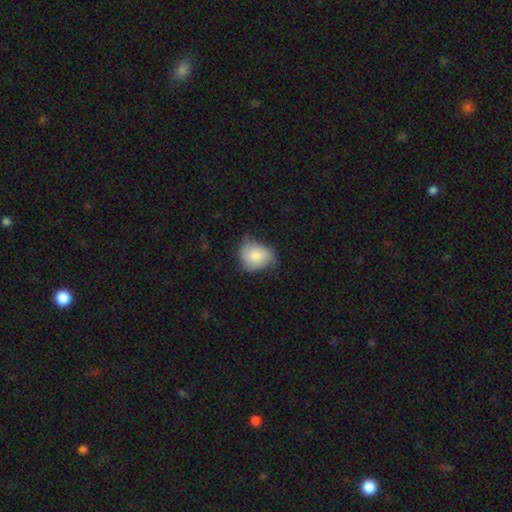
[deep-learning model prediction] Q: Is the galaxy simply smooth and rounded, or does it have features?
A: smooth — 73%.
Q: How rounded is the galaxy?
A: round — 53%.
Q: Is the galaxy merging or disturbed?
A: none — 46%.